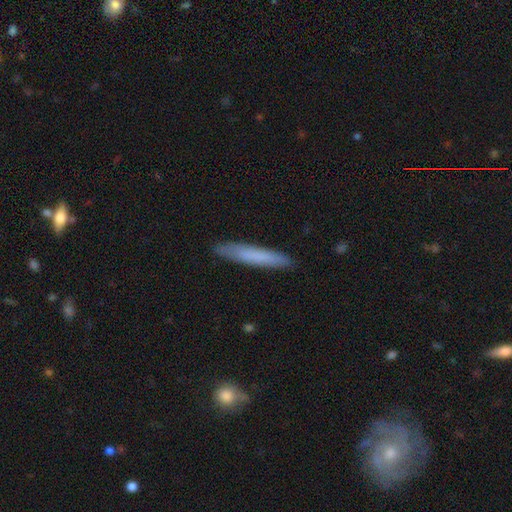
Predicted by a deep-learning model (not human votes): smooth_or_featured: smooth (p=0.73) [alt: featured or disk p=0.21]
how_rounded: cigar-shaped (p=0.94) [alt: in between p=0.05]
merging: none (p=0.89) [alt: minor disturbance p=0.08]